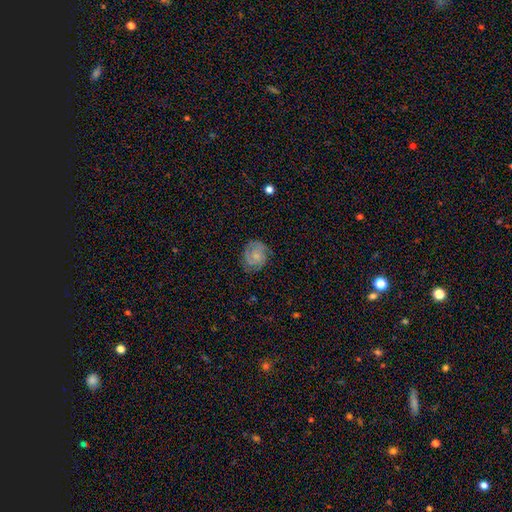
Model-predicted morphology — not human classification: Smooth or featured? featured or disk (58%)
Edge-on disk? no (98%)
Bar? no (70%)
Spiral arms? yes (89%)
Spiral winding? tight (55%)
Spiral arm count? 2 (49%)
Bulge size? small (54%)
Merging? none (73%)